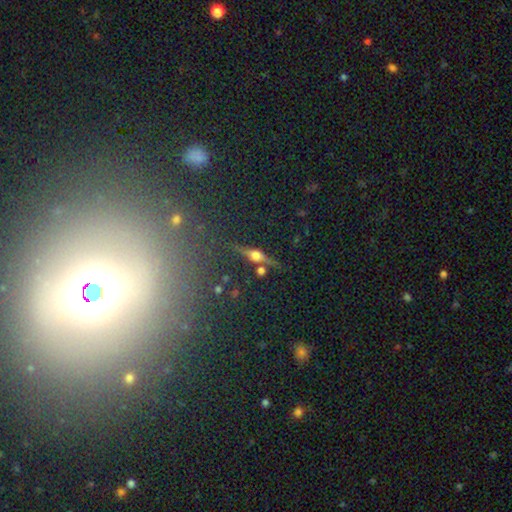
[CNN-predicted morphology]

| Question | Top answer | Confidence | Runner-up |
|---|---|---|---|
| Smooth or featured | featured or disk | 68% | smooth (20%) |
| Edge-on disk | yes | 93% | no (7%) |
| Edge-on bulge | rounded | 94% | boxy (4%) |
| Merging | none | 79% | minor disturbance (11%) |